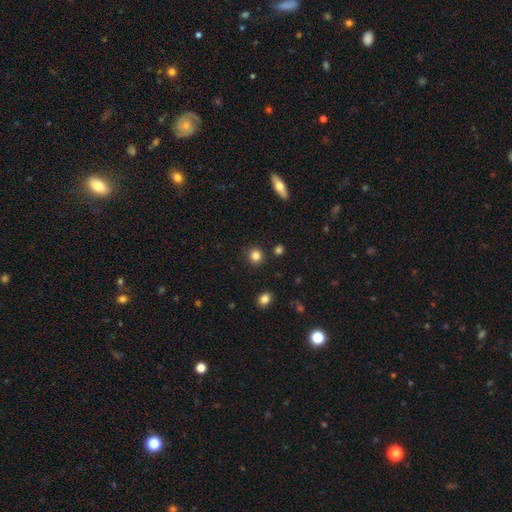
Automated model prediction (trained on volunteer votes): Smooth or featured? smooth (83%)
How rounded? round (91%)
Merging? none (89%)